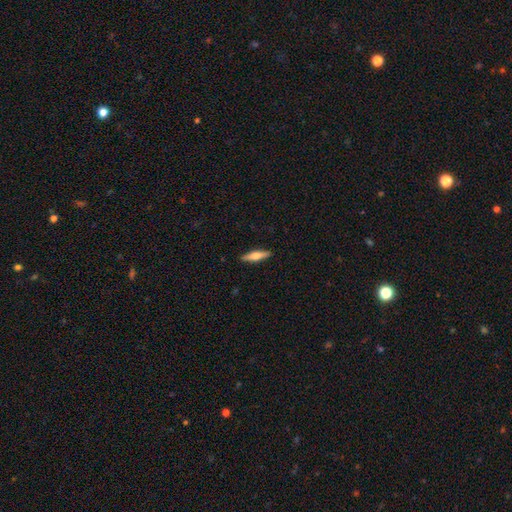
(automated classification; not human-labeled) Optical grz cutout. It shows a smooth galaxy with no disk features (52%) that is cigar-shaped (74%). Merging: none (90%).